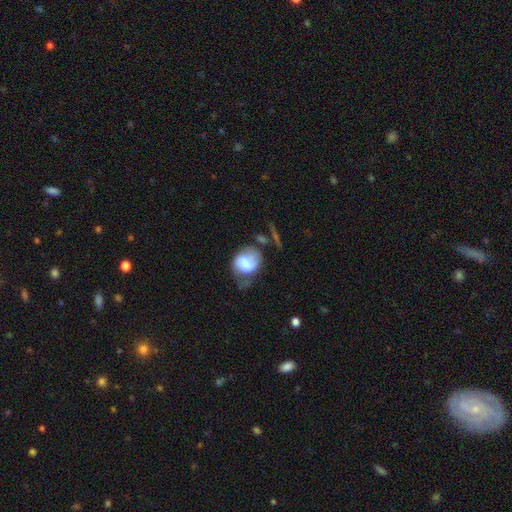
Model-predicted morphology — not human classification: Smooth or featured: smooth — 46% (featured or disk — 30%)
Merging: none — 57% (minor disturbance — 20%)